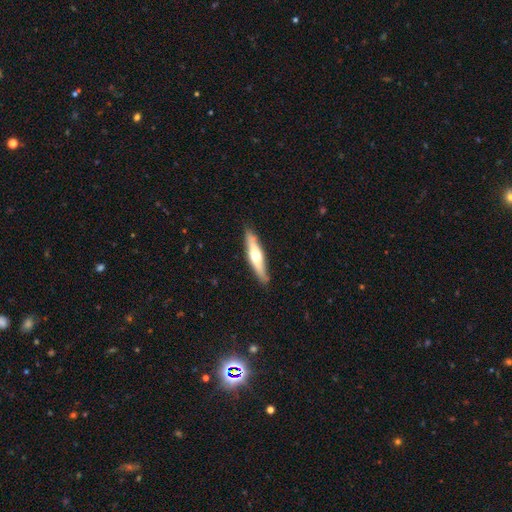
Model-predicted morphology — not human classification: Smooth or featured? Predicted: featured or disk (p=0.55). Edge-on disk? Predicted: yes (p=0.92). Edge-on bulge? Predicted: rounded (p=0.91). Merging? Predicted: none (p=0.87).